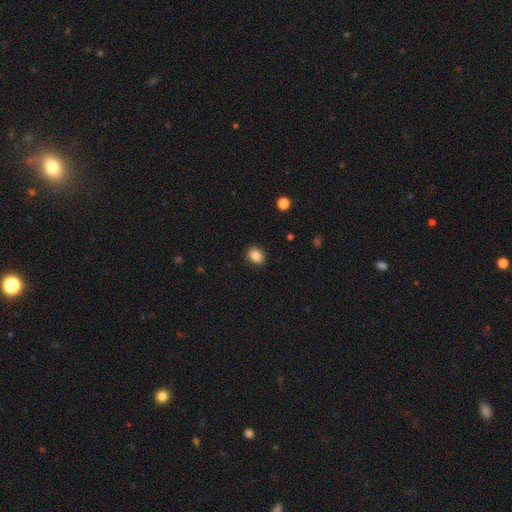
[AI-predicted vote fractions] smooth 86%, star or artifact 9%, featured or disk 5%. Down the decision tree: how rounded — in between (59%); merging — none (89%).